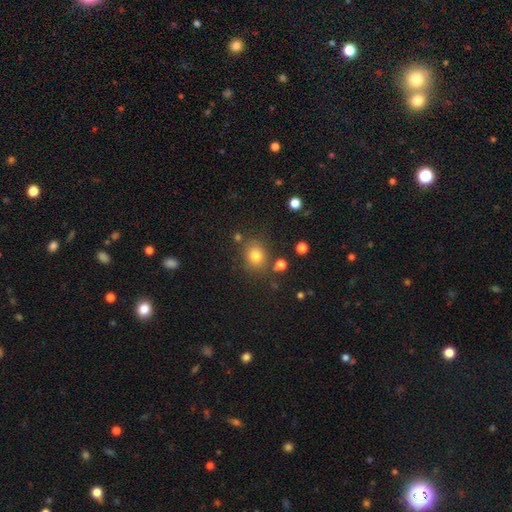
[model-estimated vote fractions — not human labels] A smooth galaxy with no disk features (78%) that is round (66%).

Vote fractions:
- Smooth or featured? smooth: 78% / star or artifact: 14% / featured or disk: 8%
- How rounded? round: 66% / in between: 33% / cigar-shaped: 1%
- Merging? none: 79% / minor disturbance: 11% / merger: 6% / major disturbance: 4%